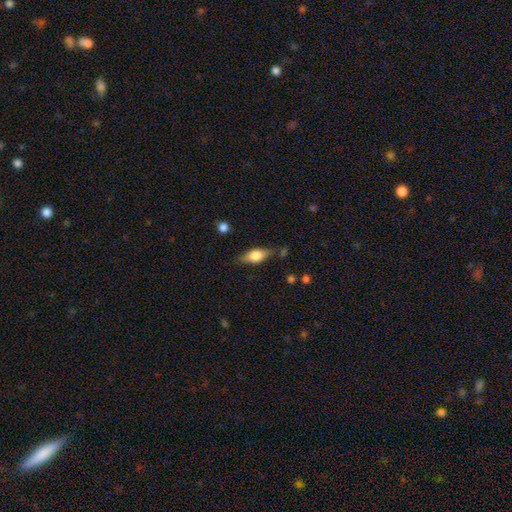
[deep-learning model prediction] A smooth galaxy with no disk features (65%) that is in between round and cigar-shaped (78%).

Vote fractions:
- Smooth or featured? smooth: 65% / featured or disk: 28% / star or artifact: 7%
- How rounded? in between: 78% / cigar-shaped: 18% / round: 4%
- Merging? none: 76% / minor disturbance: 17% / major disturbance: 4% / merger: 3%